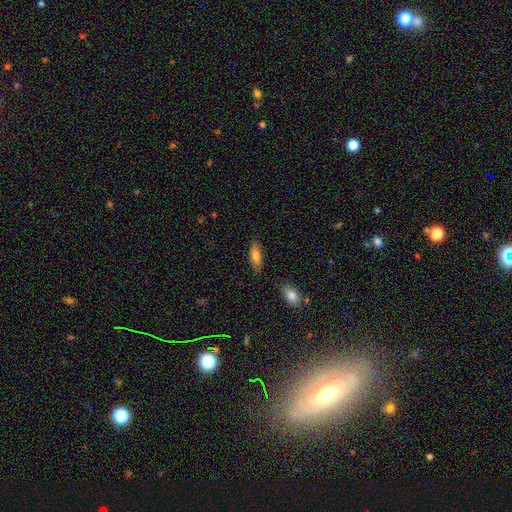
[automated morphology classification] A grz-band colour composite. It shows a smooth galaxy with no disk features (81%) that is in between round and cigar-shaped (62%). Merging: none (83%).